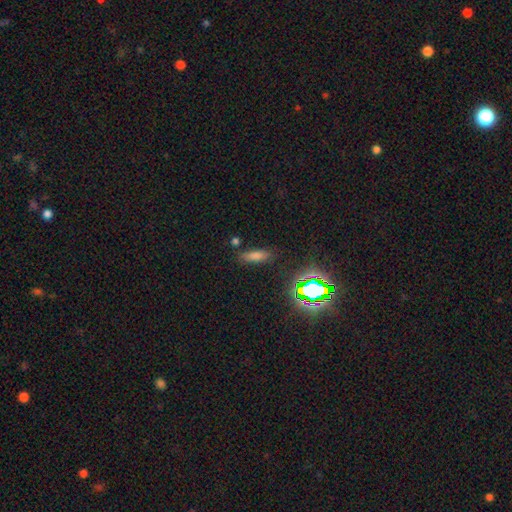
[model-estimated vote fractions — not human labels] smooth_or_featured: smooth (p=0.65) [alt: star or artifact p=0.24]
how_rounded: cigar-shaped (p=0.49) [alt: in between p=0.47]
merging: none (p=0.80) [alt: minor disturbance p=0.12]